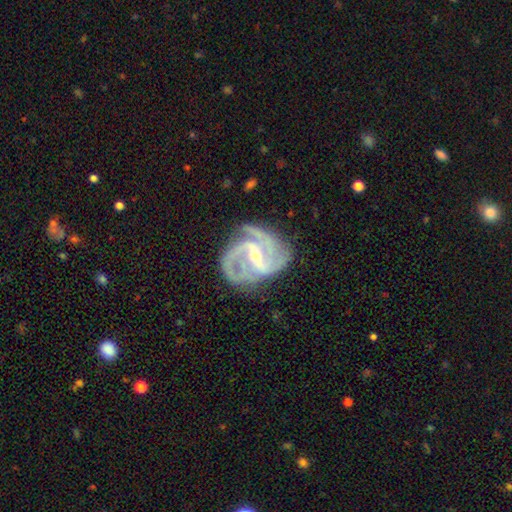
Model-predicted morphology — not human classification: type=featured or disk (93%); edge-on=no (98%); bar=weak (43%); spiral arms=yes (98%); winding=medium (55%); arm count=3 (49%); bulge=small (60%); merging=none (66%).